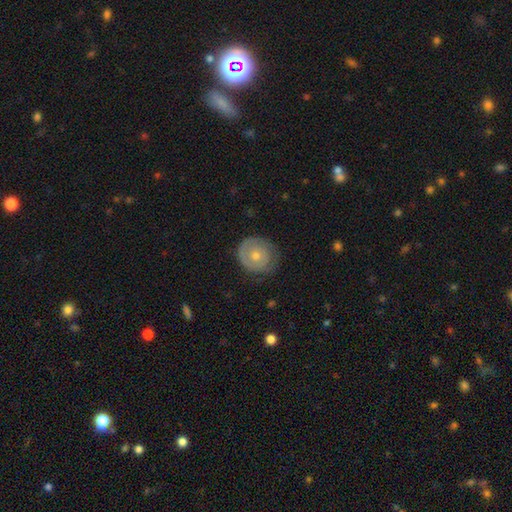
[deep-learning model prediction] Smooth or featured? featured or disk (50%)
Merging? none (75%)